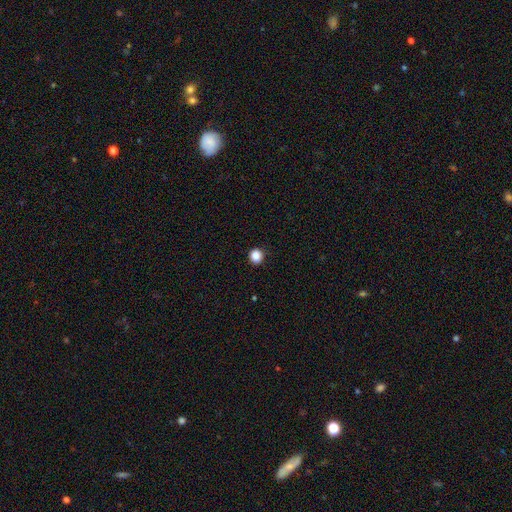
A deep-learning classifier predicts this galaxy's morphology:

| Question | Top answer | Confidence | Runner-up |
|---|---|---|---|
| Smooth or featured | smooth | 86% | star or artifact (11%) |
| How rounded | round | 88% | in between (11%) |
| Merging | none | 92% | minor disturbance (5%) |